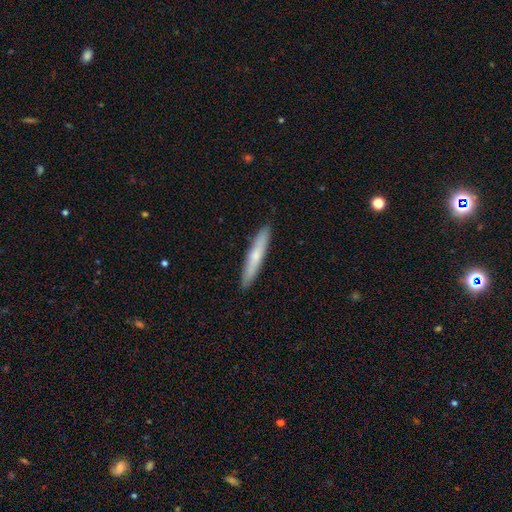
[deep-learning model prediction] A smooth galaxy with no disk features (64%) that is cigar-shaped (94%). Merging: none (91%).